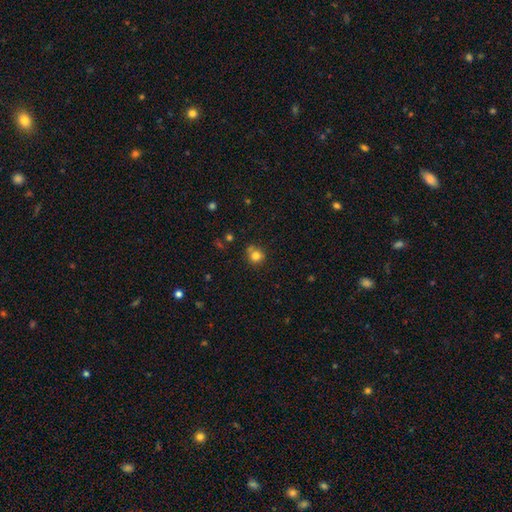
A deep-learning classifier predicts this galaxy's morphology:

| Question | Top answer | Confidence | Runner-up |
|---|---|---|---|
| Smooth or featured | smooth | 80% | star or artifact (12%) |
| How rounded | round | 86% | in between (13%) |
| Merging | none | 67% | minor disturbance (18%) |